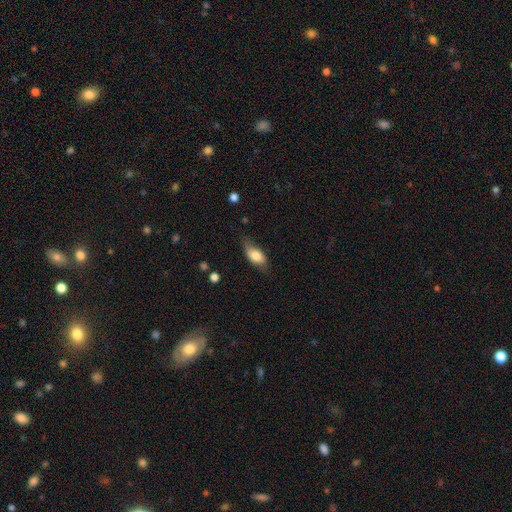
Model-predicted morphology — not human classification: smooth 73%, featured or disk 20%, star or artifact 7%. Down the decision tree: how rounded — in between (87%); merging — none (61%).